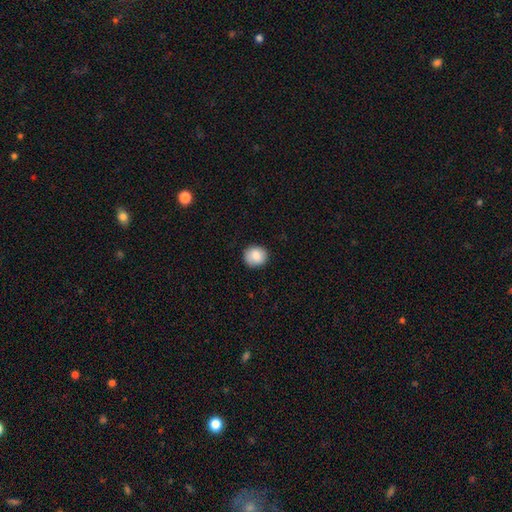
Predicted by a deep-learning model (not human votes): Q: Smooth or featured?
A: smooth (85%); runner-up: star or artifact (8%)
Q: How rounded?
A: round (87%); runner-up: in between (12%)
Q: Merging?
A: none (88%); runner-up: minor disturbance (9%)